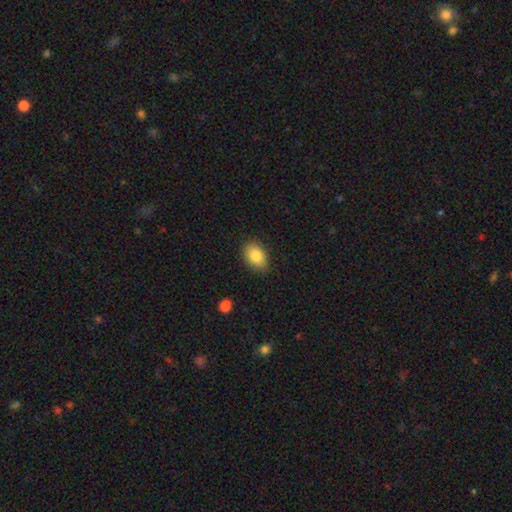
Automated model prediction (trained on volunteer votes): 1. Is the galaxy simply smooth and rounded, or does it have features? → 85% smooth, 8% star or artifact, 7% featured or disk.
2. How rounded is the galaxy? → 82% in between, 17% round, 1% cigar-shaped.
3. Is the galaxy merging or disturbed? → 83% none, 13% minor disturbance, 3% major disturbance, 1% merger.